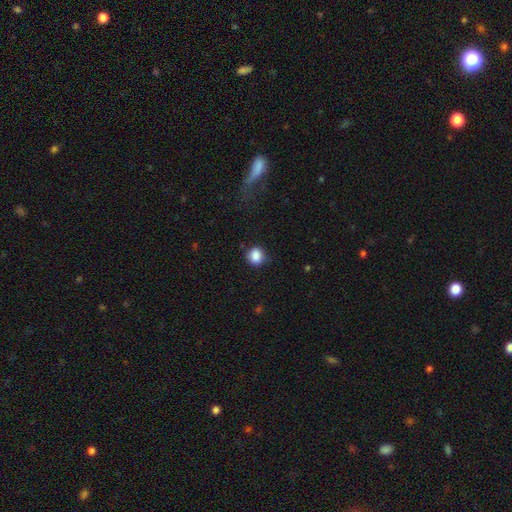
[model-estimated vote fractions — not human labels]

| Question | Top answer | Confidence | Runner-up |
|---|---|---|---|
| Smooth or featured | smooth | 86% | star or artifact (9%) |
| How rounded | round | 74% | in between (25%) |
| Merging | none | 80% | minor disturbance (15%) |